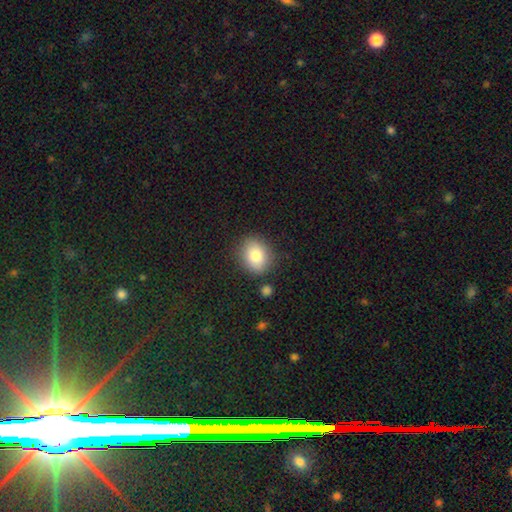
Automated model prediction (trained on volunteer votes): smooth_or_featured: smooth (p=0.81) [alt: featured or disk p=0.10]
how_rounded: round (p=0.56) [alt: in between p=0.43]
merging: none (p=0.84) [alt: minor disturbance p=0.10]